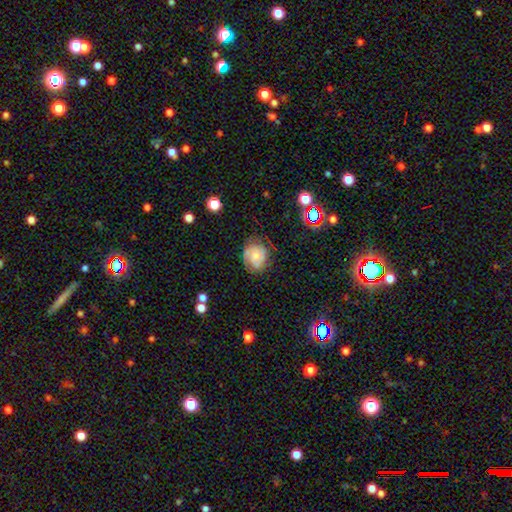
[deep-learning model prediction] Smooth or featured? Predicted: featured or disk (p=0.60). Edge-on disk? Predicted: no (p=0.98). Bar? Predicted: no (p=0.74). Spiral arms? Predicted: yes (p=0.88). Spiral winding? Predicted: tight (p=0.53). Spiral arm count? Predicted: 2 (p=0.35). Bulge size? Predicted: small (p=0.57). Merging? Predicted: none (p=0.65).